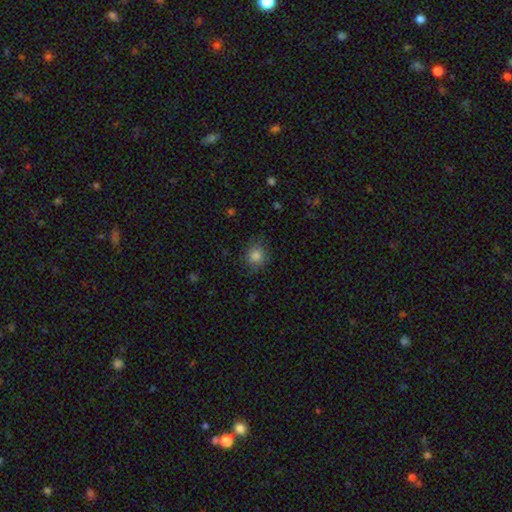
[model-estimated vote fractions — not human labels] smooth-or-featured: smooth: 84% | star or artifact: 11% | featured or disk: 6%
  how-rounded: round: 83% | in between: 17% | cigar-shaped: 1%
  merging: none: 82% | minor disturbance: 14% | major disturbance: 4% | merger: 1%